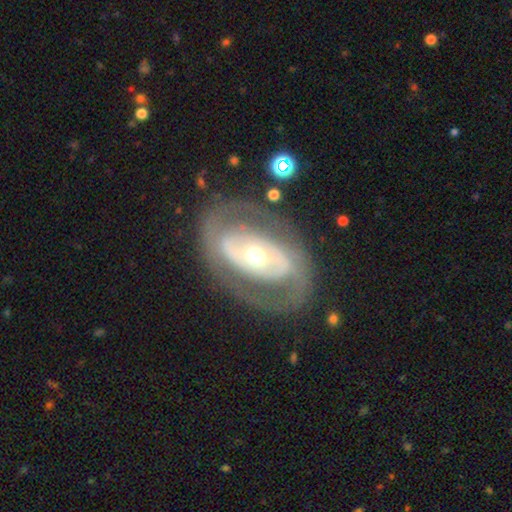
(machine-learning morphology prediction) Smooth or featured? Predicted: featured or disk (p=0.80). Edge-on disk? Predicted: no (p=0.94). Bar? Predicted: no (p=0.53). Spiral arms? Predicted: yes (p=0.66). Bulge size? Predicted: moderate (p=0.64). Merging? Predicted: none (p=0.76).